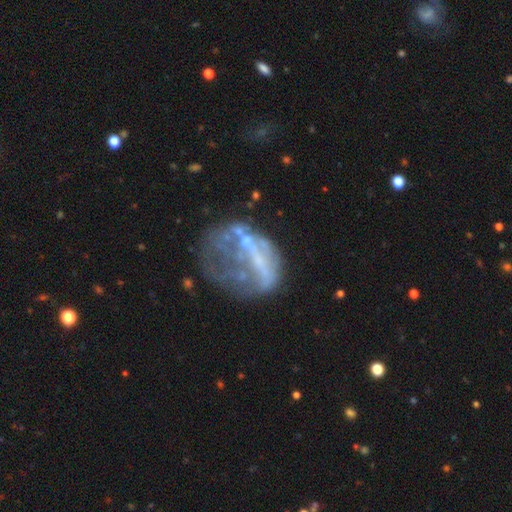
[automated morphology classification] Smooth or featured?
  - featured or disk: 61% *
  - smooth: 24%
  - star or artifact: 16%
Edge-on disk?
  - no: 96% *
  - yes: 4%
Bar?
  - no: 68% *
  - weak: 16%
  - strong: 16%
Spiral arms?
  - no: 88% *
  - yes: 12%
Bulge size?
  - none: 66% *
  - small: 23%
  - moderate: 8%
  - large: 2%
  - dominant: 1%
Merging?
  - major disturbance: 39% *
  - none: 32%
  - minor disturbance: 18%
  - merger: 11%